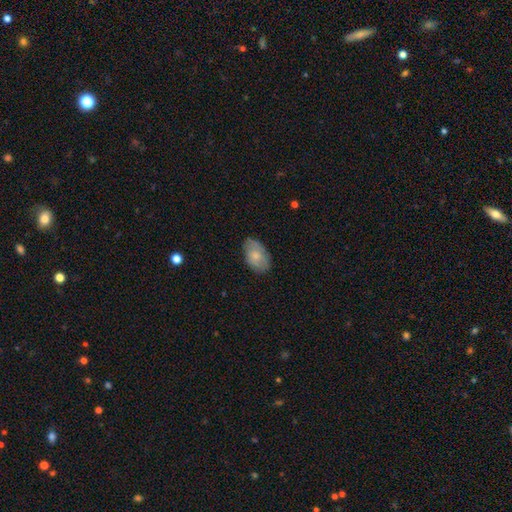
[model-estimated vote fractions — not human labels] Q: Smooth or featured?
A: smooth (74%); runner-up: featured or disk (19%)
Q: How rounded?
A: in between (91%); runner-up: round (8%)
Q: Merging?
A: none (75%); runner-up: minor disturbance (20%)